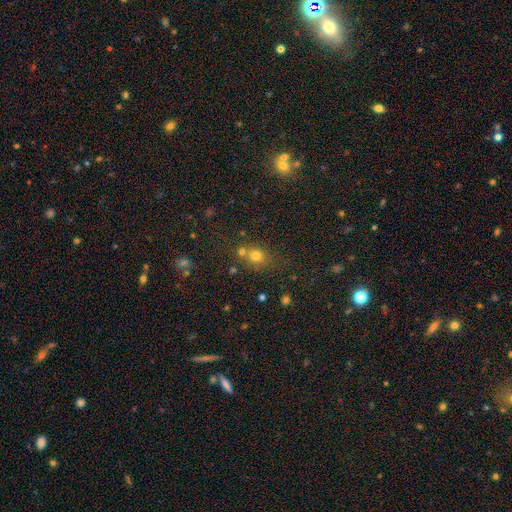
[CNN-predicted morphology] Smooth or featured?
  - smooth: 70% *
  - star or artifact: 20%
  - featured or disk: 10%
How rounded?
  - round: 75% *
  - in between: 24%
  - cigar-shaped: 1%
Merging?
  - none: 62% *
  - merger: 21%
  - minor disturbance: 12%
  - major disturbance: 5%